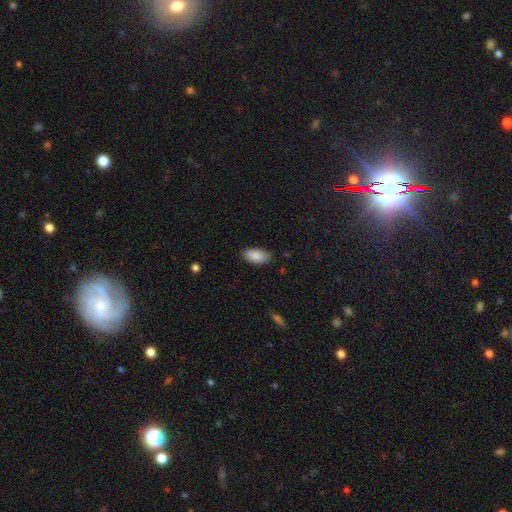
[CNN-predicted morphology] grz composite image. It shows a smooth galaxy with no disk features (88%) that is in between round and cigar-shaped (93%). Merging: none (83%).